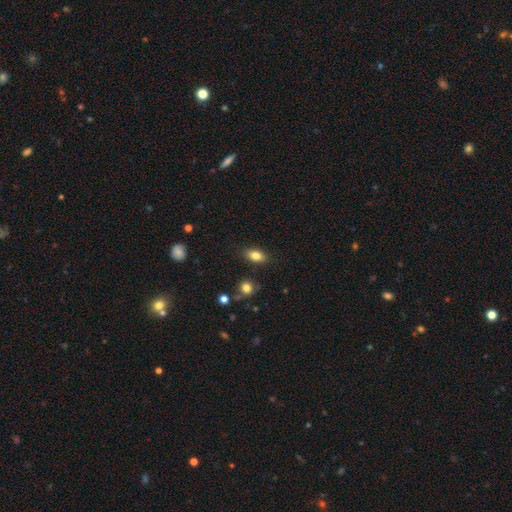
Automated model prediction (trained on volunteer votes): A smooth galaxy with no disk features (82%) that is in between round and cigar-shaped (84%).

Vote fractions:
- Smooth or featured? smooth: 82% / star or artifact: 9% / featured or disk: 9%
- How rounded? in between: 84% / round: 11% / cigar-shaped: 5%
- Merging? none: 85% / minor disturbance: 10% / major disturbance: 3% / merger: 2%